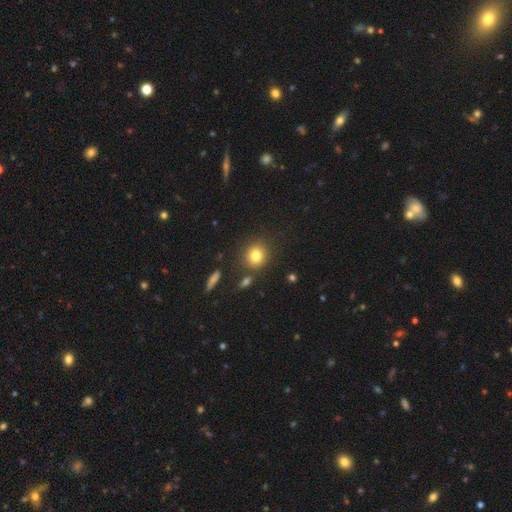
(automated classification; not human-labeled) A smooth galaxy with no disk features (81%) that is round (84%).

Vote fractions:
- Smooth or featured? smooth: 81% / star or artifact: 11% / featured or disk: 8%
- How rounded? round: 84% / in between: 15% / cigar-shaped: 1%
- Merging? none: 81% / minor disturbance: 9% / merger: 7% / major disturbance: 3%